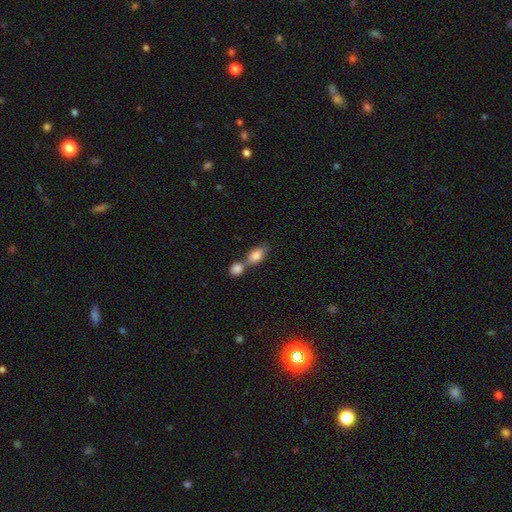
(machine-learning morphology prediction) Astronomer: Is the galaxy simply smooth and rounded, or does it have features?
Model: smooth — 82%.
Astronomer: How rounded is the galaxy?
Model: in between — 77%.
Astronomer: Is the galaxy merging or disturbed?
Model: merger — 63%.